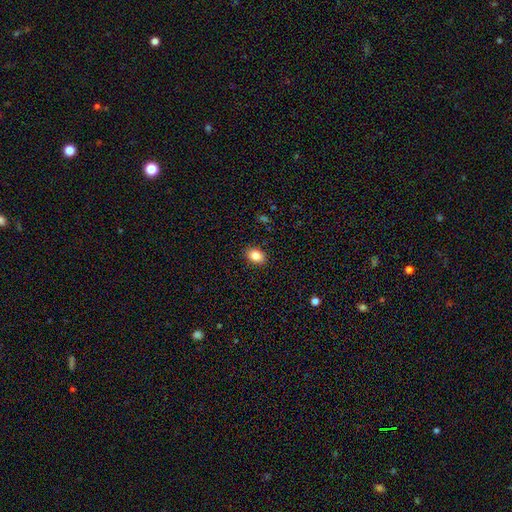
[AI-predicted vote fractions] Morphology: type=smooth (85%); roundness=in between (74%); merging=none (89%).